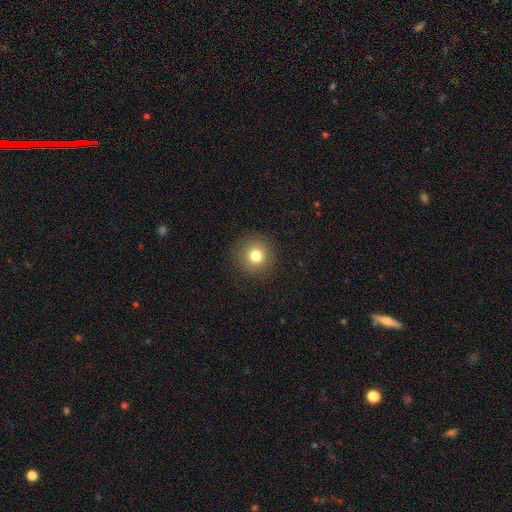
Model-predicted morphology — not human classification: Smooth or featured?
  - smooth: 79% *
  - star or artifact: 13%
  - featured or disk: 8%
How rounded?
  - round: 95% *
  - in between: 4%
  - cigar-shaped: 1%
Merging?
  - none: 91% *
  - minor disturbance: 6%
  - major disturbance: 2%
  - merger: 1%